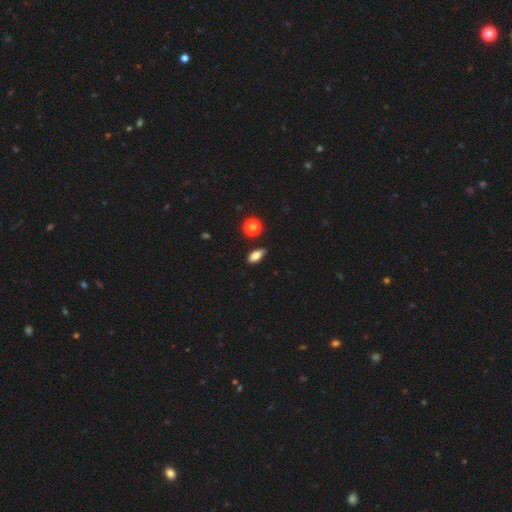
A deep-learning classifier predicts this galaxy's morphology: A smooth galaxy with no disk features (76%) that is in between round and cigar-shaped (82%). Merging: none (85%).